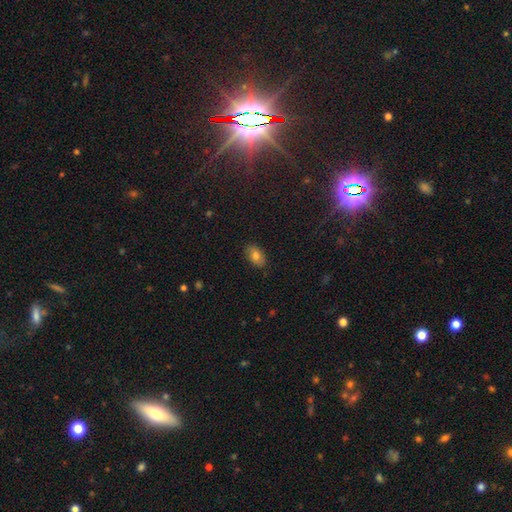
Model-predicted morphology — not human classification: A smooth galaxy with no disk features (78%) that is in between round and cigar-shaped (91%). Merging: none (85%).